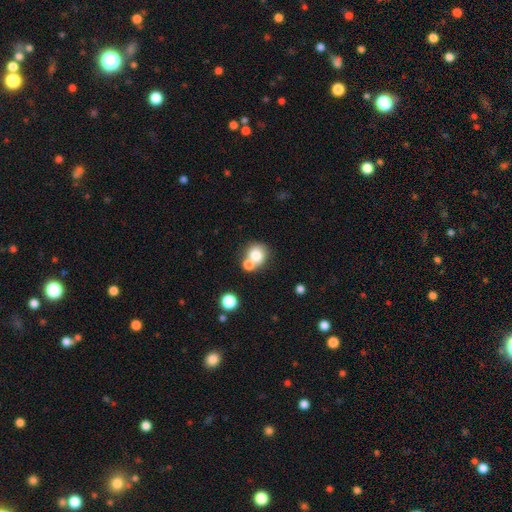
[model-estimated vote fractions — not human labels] Q: Smooth or featured?
A: smooth (76%); runner-up: featured or disk (14%)
Q: How rounded?
A: round (81%); runner-up: in between (18%)
Q: Merging?
A: none (45%); runner-up: merger (42%)